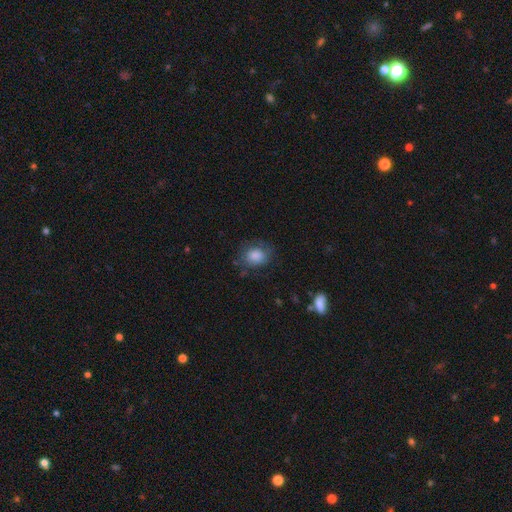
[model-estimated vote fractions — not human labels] The model was most divided on "how rounded": round: 53%, in between: 46%, cigar-shaped: 1%. More confident: smooth or featured — smooth (81%); merging — none (65%).